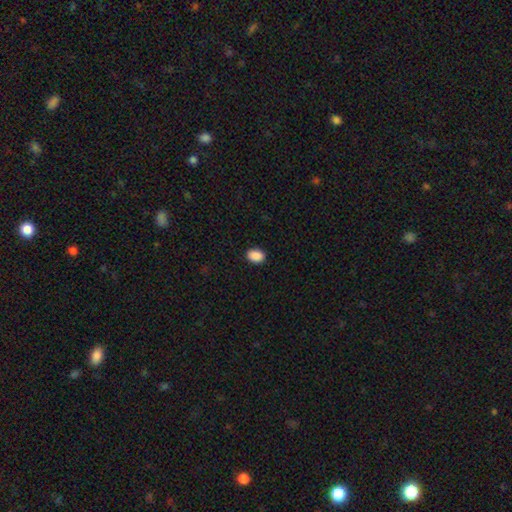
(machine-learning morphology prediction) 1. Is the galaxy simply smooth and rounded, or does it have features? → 90% smooth, 8% star or artifact, 2% featured or disk.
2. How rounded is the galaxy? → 70% in between, 29% round, 1% cigar-shaped.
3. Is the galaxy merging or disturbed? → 90% none, 7% minor disturbance, 2% major disturbance, 1% merger.